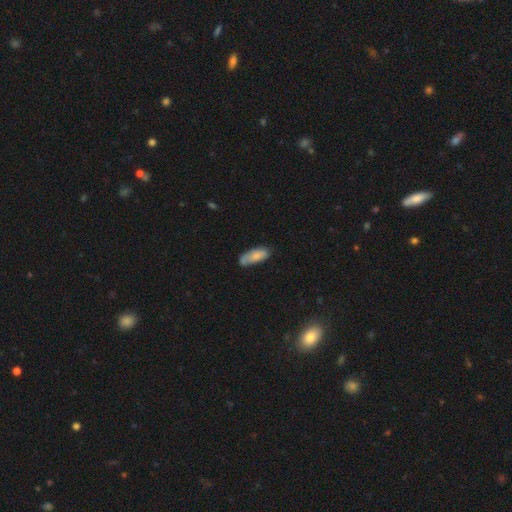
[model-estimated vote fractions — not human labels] Smooth or featured? smooth (77%)
How rounded? in between (78%)
Merging? none (59%)